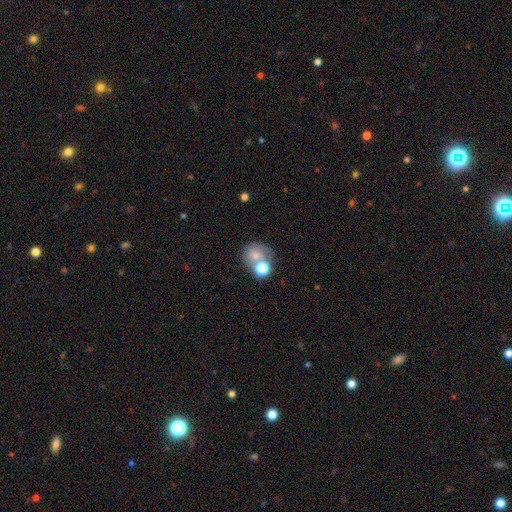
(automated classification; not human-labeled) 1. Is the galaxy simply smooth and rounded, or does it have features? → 68% smooth, 18% featured or disk, 15% star or artifact.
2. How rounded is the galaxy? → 68% round, 31% in between, 1% cigar-shaped.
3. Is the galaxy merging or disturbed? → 39% none, 38% merger, 13% minor disturbance, 10% major disturbance.